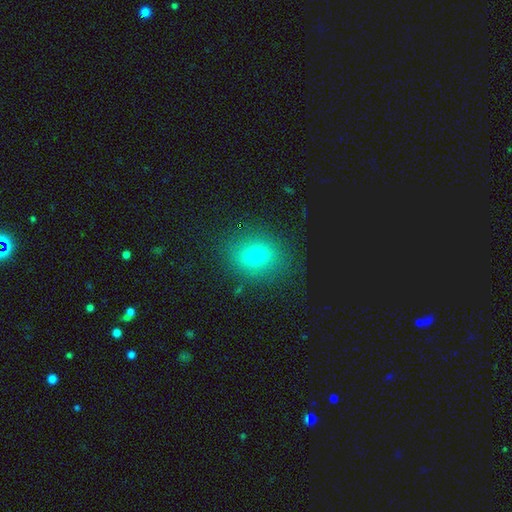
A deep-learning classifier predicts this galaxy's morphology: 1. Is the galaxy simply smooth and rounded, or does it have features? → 71% smooth, 16% star or artifact, 13% featured or disk.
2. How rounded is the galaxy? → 55% round, 44% in between, 2% cigar-shaped.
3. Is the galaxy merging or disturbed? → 85% none, 10% minor disturbance, 4% major disturbance, 1% merger.